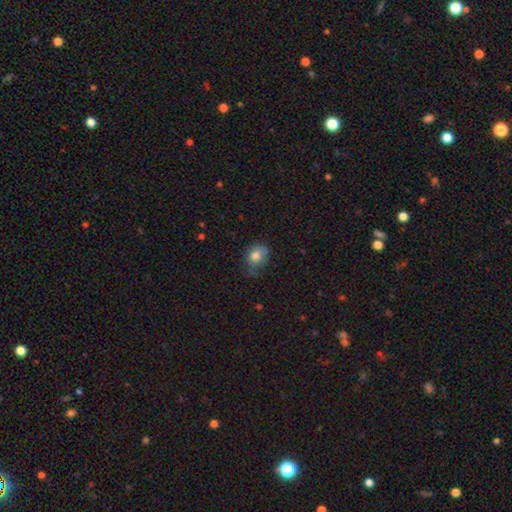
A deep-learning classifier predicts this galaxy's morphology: Overall: smooth (78%). How rounded: in between (56%; round 43%). Merging: none (48%; minor disturbance 35%).